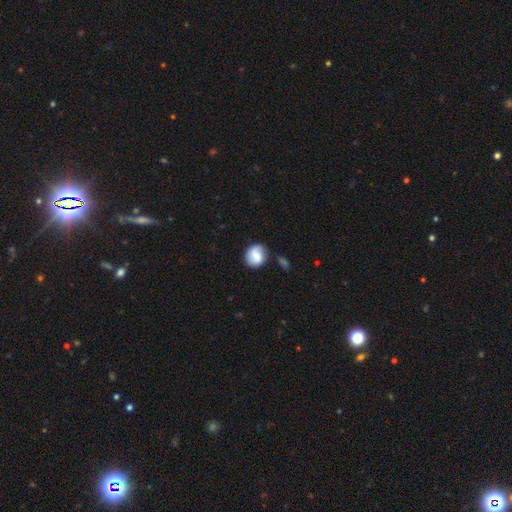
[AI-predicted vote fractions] smooth-or-featured: smooth: 63% | featured or disk: 29% | star or artifact: 8%
  how-rounded: round: 79% | in between: 20% | cigar-shaped: 1%
  merging: none: 68% | minor disturbance: 20% | major disturbance: 6% | merger: 6%